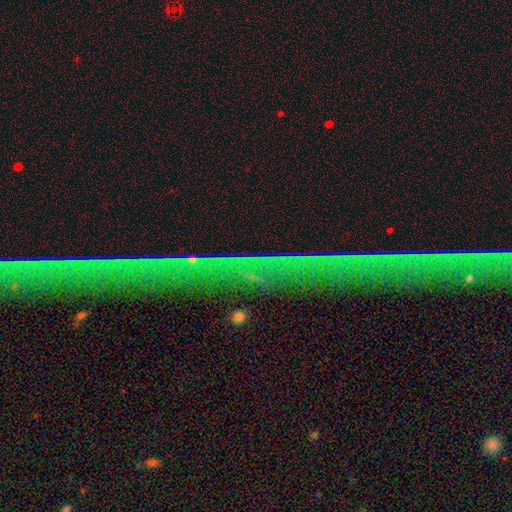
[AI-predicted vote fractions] The model was most divided on "smooth or featured": star or artifact: 72%, featured or disk: 16%, smooth: 12%.